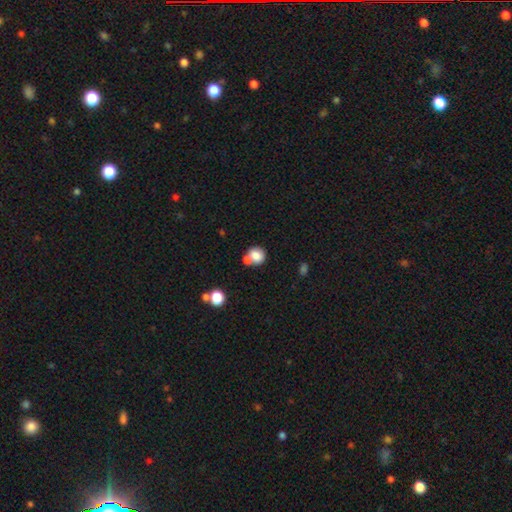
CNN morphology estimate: A smooth galaxy with no disk features (80%) that is round (72%).

Vote fractions:
- Smooth or featured? smooth: 80% / featured or disk: 11% / star or artifact: 9%
- How rounded? round: 72% / in between: 27% / cigar-shaped: 1%
- Merging? none: 44% / merger: 39% / minor disturbance: 12% / major disturbance: 5%